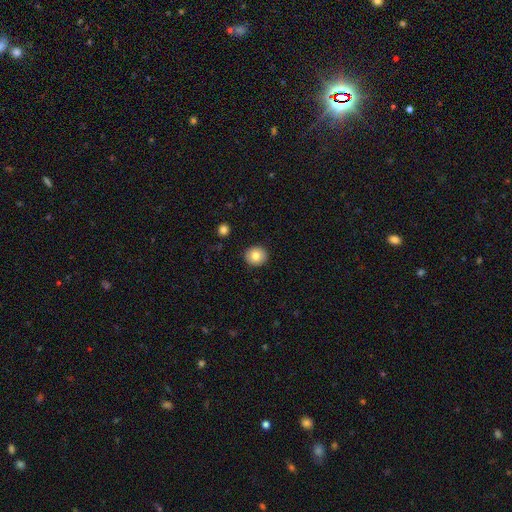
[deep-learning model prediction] The model was most divided on "how rounded": round: 83%, in between: 16%, cigar-shaped: 1%. More confident: merging — none (91%); smooth or featured — smooth (81%).